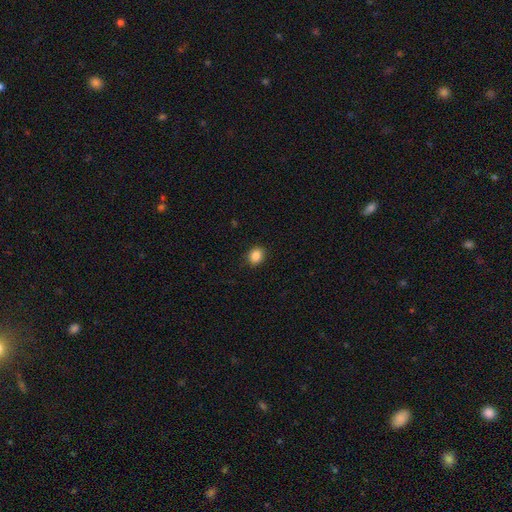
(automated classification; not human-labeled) A smooth galaxy with no disk features (86%) that is round (73%).

Vote fractions:
- Smooth or featured? smooth: 86% / star or artifact: 10% / featured or disk: 4%
- How rounded? round: 73% / in between: 26% / cigar-shaped: 1%
- Merging? none: 90% / minor disturbance: 7% / major disturbance: 2% / merger: 1%